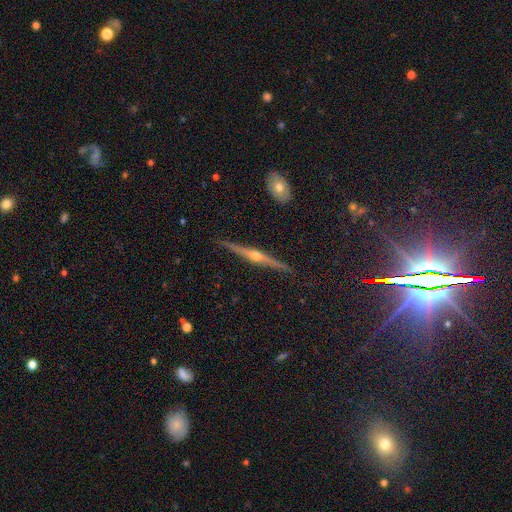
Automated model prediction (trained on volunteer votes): Smooth or featured?
  - featured or disk: 83% *
  - smooth: 11%
  - star or artifact: 6%
Edge-on disk?
  - yes: 98% *
  - no: 2%
Edge-on bulge?
  - rounded: 91% *
  - none: 5%
  - boxy: 4%
Merging?
  - none: 89% *
  - minor disturbance: 8%
  - major disturbance: 1%
  - merger: 1%